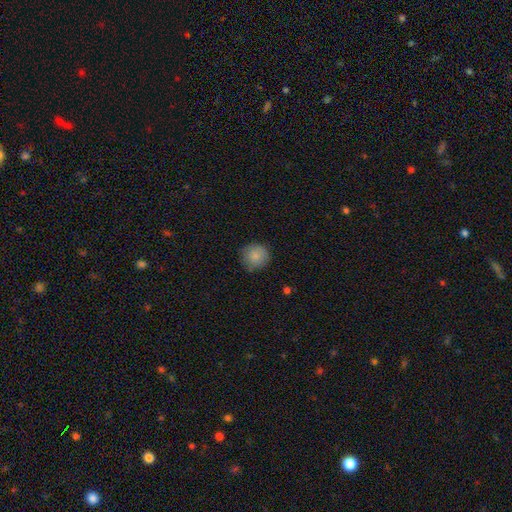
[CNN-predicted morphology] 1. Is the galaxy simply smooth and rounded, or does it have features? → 86% smooth, 8% star or artifact, 6% featured or disk.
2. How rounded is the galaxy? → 91% round, 8% in between, 1% cigar-shaped.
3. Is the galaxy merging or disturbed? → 77% none, 18% minor disturbance, 3% major disturbance, 1% merger.